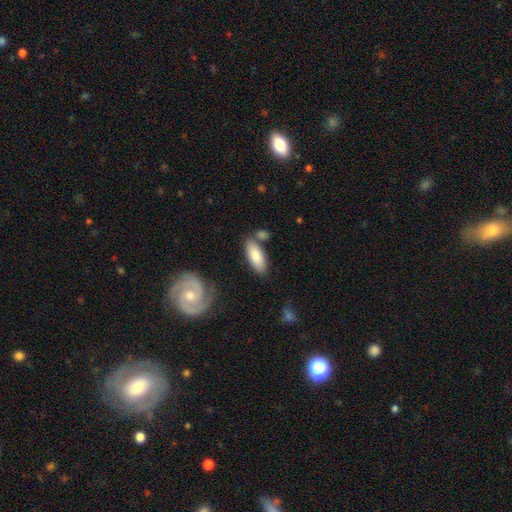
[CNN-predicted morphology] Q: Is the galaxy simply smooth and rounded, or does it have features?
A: smooth — 79%.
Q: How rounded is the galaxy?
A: in between — 76%.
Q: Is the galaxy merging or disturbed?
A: none — 71%.